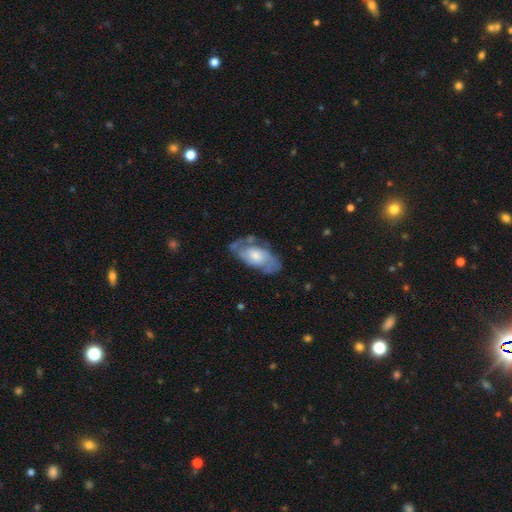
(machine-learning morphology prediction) A featured or disk galaxy (64%) with no bar (72%), spiral arms (77%) and a moderate central bulge (47%).

Vote fractions:
- Smooth or featured? featured or disk: 64% / smooth: 30% / star or artifact: 6%
- Edge-on disk? no: 92% / yes: 8%
- Bar? no: 72% / weak: 23% / strong: 4%
- Spiral arms? yes: 77% / no: 23%
- Bulge size? moderate: 47% / small: 31% / large: 16% / none: 4% / dominant: 2%
- Merging? none: 59% / minor disturbance: 26% / major disturbance: 13% / merger: 3%